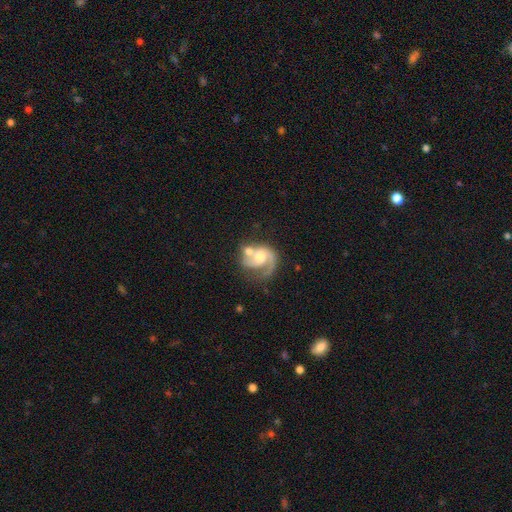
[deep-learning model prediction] This appears to be a featured or disk galaxy (84%) with no bar (61%), 2 (52%) medium (49%) spiral arms (94%) and a moderate central bulge (62%). Merging: none (36%).